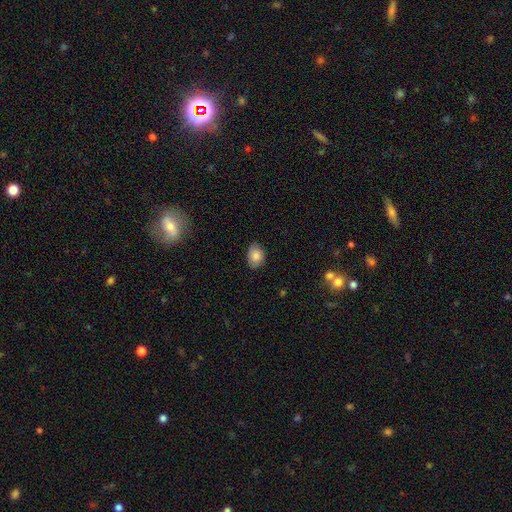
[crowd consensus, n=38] Overall: smooth (87%). How rounded: in between (73%). Merging: none (66%; minor disturbance 31%).